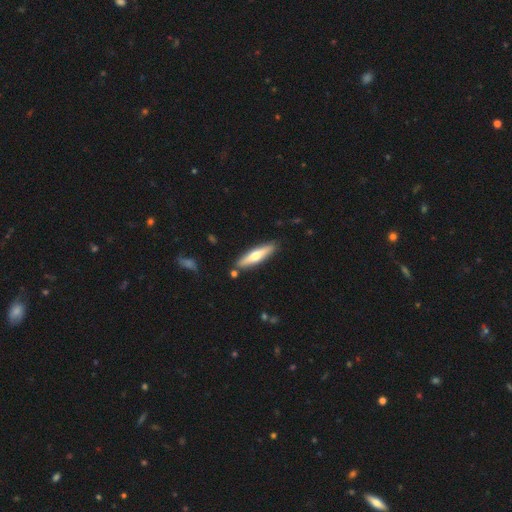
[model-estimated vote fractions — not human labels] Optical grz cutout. It shows a smooth galaxy with no disk features (49%). Merging: none (87%).